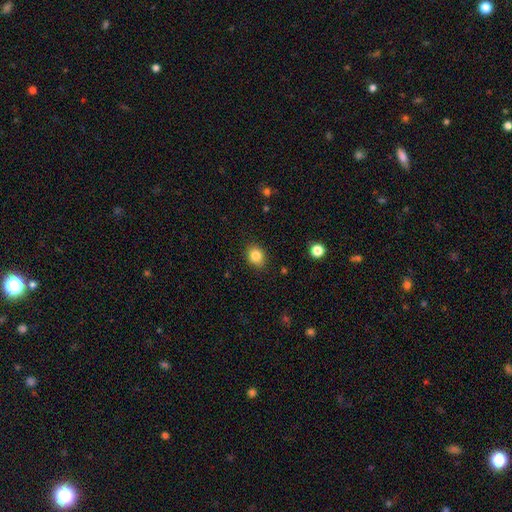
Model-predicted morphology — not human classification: This appears to be a smooth galaxy with no disk features (85%) that is round (59%). Merging: none (87%).